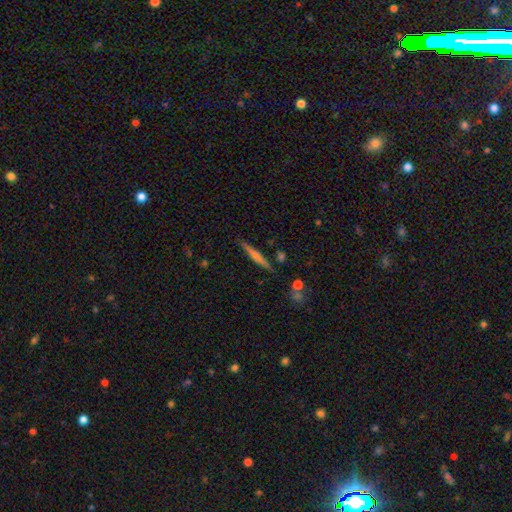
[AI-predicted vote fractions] This is possibly a featured or disk galaxy (53%). It is clearly viewed edge-on (96%). Edge-on bulge: likely rounded (61%). Merging: clearly none (87%).